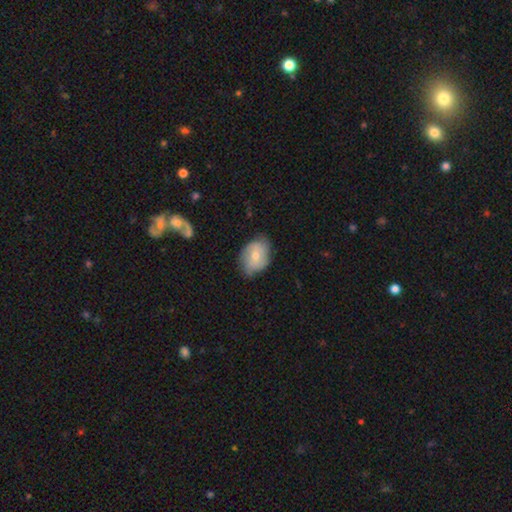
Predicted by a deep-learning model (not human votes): Smooth or featured? smooth (61%)
How rounded? in between (73%)
Merging? none (65%)